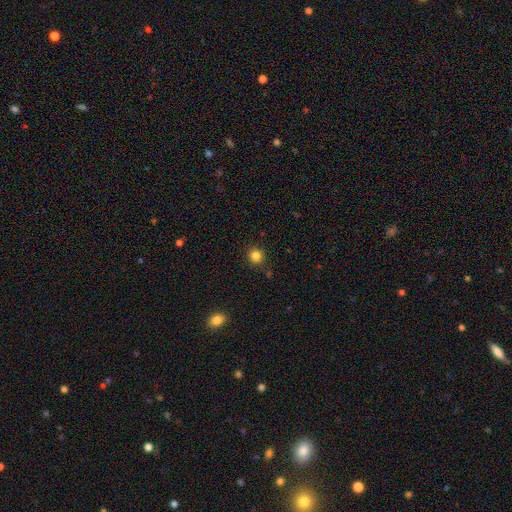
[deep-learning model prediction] Smooth or featured?
  - smooth: 83% *
  - star or artifact: 13%
  - featured or disk: 4%
How rounded?
  - round: 92% *
  - in between: 7%
  - cigar-shaped: 1%
Merging?
  - none: 88% *
  - minor disturbance: 8%
  - major disturbance: 2%
  - merger: 2%